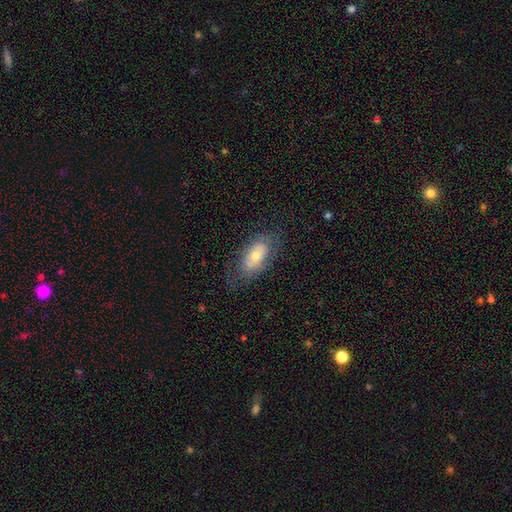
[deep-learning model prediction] A smooth galaxy with no disk features (53%) that is in between round and cigar-shaped (88%).

Vote fractions:
- Smooth or featured? smooth: 53% / featured or disk: 39% / star or artifact: 8%
- How rounded? in between: 88% / cigar-shaped: 7% / round: 5%
- Merging? none: 69% / minor disturbance: 19% / major disturbance: 11% / merger: 1%